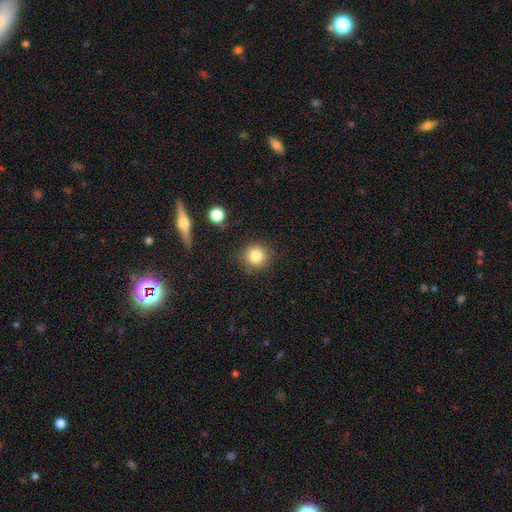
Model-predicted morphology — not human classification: type=smooth (84%); roundness=round (92%); merging=none (87%).